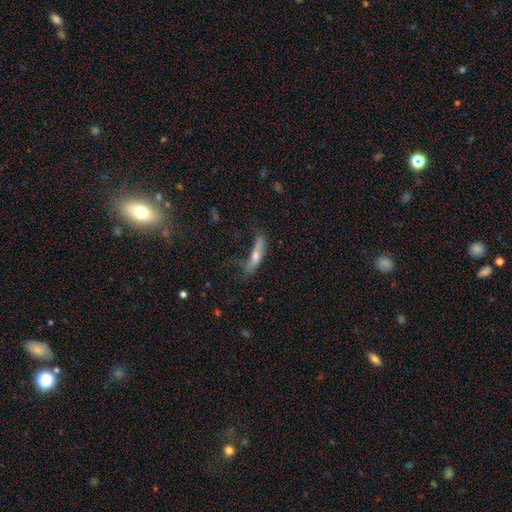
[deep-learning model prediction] The model was most divided on "merging": none: 38%, minor disturbance: 29%, major disturbance: 26%, merger: 7%. More confident: how rounded — cigar-shaped (70%); smooth or featured — smooth (51%).